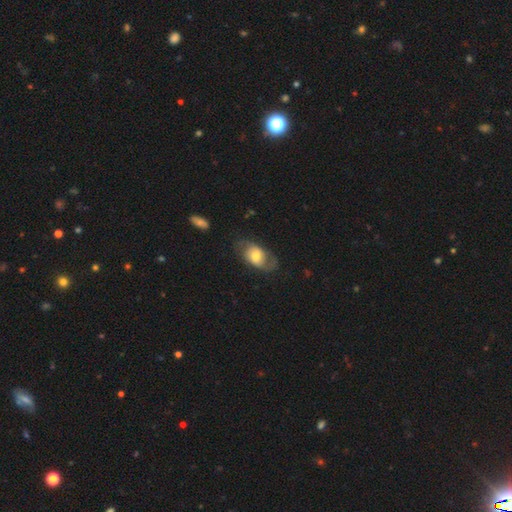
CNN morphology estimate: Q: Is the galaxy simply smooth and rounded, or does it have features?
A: featured or disk — 48%.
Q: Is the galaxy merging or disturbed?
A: none — 60%.